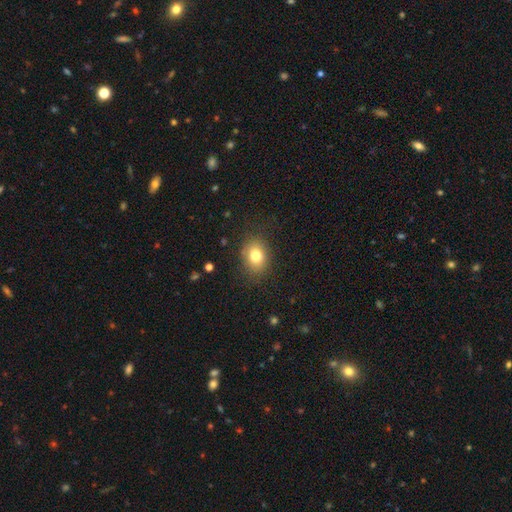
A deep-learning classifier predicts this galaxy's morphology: Smooth or featured? smooth (78%)
How rounded? in between (52%)
Merging? none (83%)